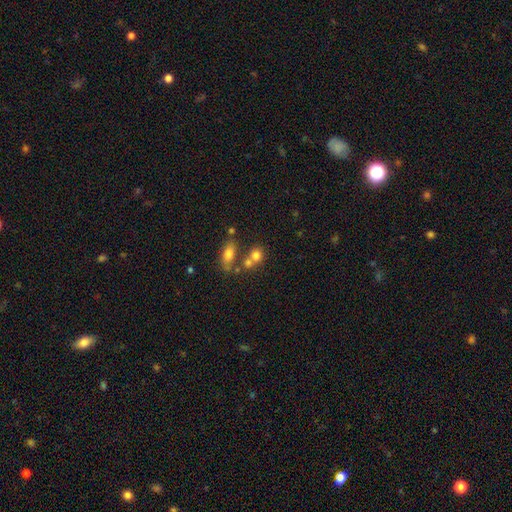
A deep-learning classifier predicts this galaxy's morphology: This appears to be a smooth galaxy with no disk features (75%) that is round (70%). Merging: none (44%).